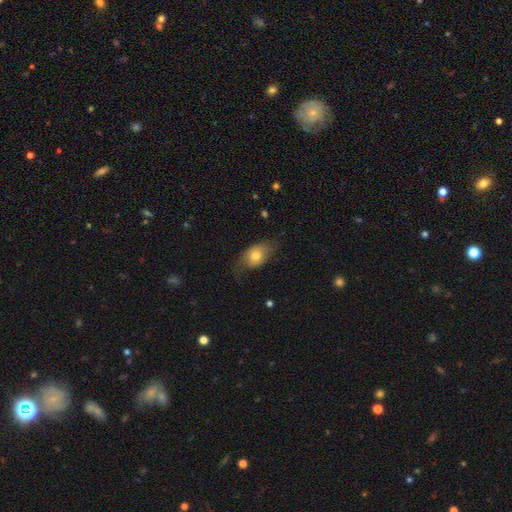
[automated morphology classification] type=smooth (68%); roundness=in between (83%); merging=none (57%).